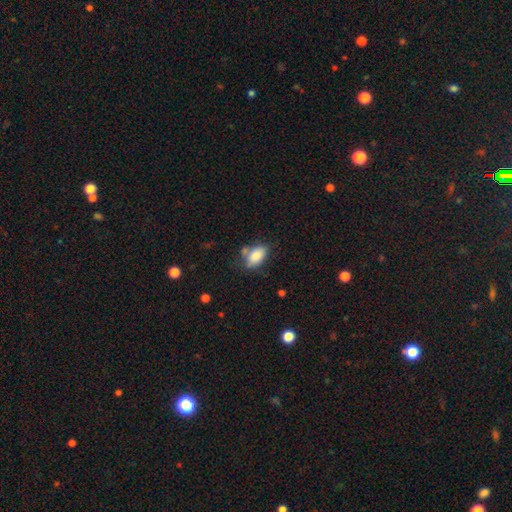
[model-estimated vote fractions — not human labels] Morphology: type=smooth (84%); roundness=in between (90%); merging=none (57%).